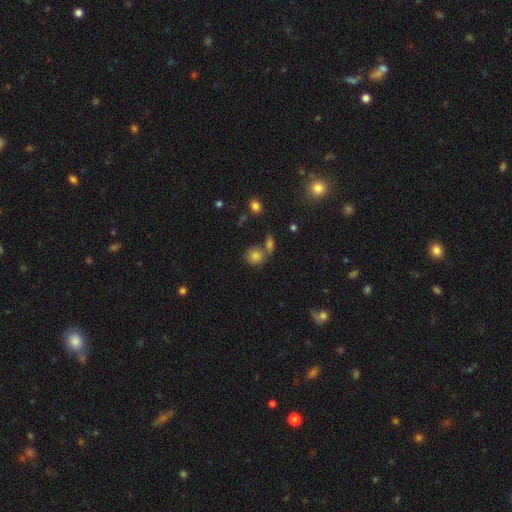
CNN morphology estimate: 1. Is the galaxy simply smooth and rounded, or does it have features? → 81% smooth, 10% star or artifact, 8% featured or disk.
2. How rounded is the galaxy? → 78% round, 21% in between, 1% cigar-shaped.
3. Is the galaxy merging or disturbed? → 57% none, 28% merger, 11% minor disturbance, 4% major disturbance.